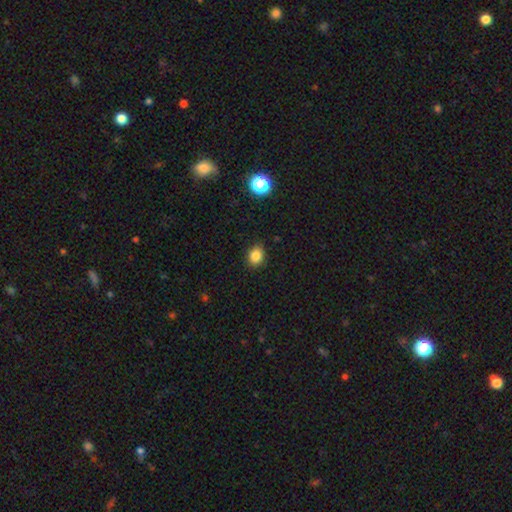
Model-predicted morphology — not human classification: This is clearly a smooth galaxy (84%). How rounded: possibly round (55%). Merging: clearly none (85%).